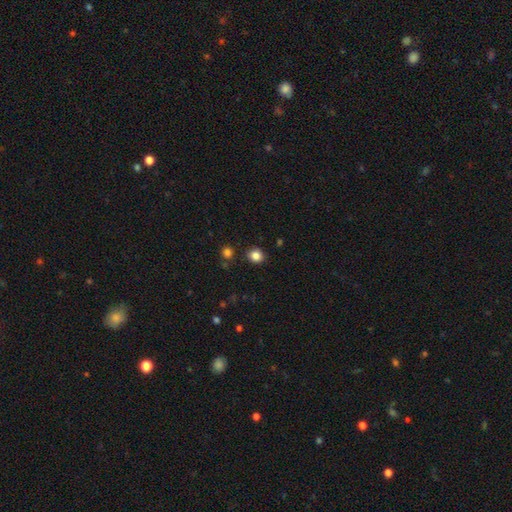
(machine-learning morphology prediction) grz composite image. It shows a smooth galaxy with no disk features (84%) that is round (81%). Merging: none (88%).